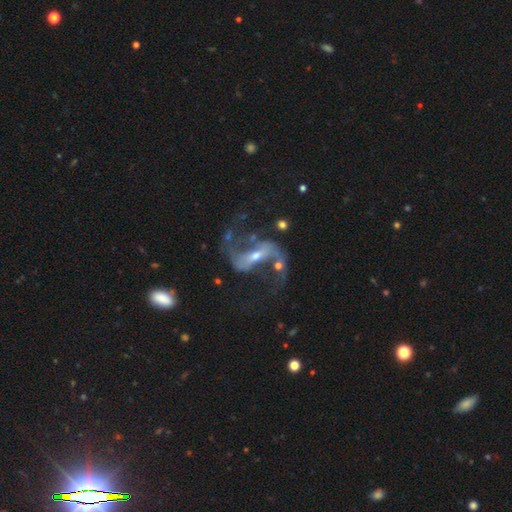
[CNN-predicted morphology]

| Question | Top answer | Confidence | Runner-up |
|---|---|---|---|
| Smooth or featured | featured or disk | 85% | star or artifact (10%) |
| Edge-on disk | no | 95% | yes (5%) |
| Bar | strong | 50% | weak (34%) |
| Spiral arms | yes | 93% | no (7%) |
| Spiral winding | loose | 68% | medium (25%) |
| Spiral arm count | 2 | 89% | can't tell (4%) |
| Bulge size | small | 61% | moderate (29%) |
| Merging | none | 56% | major disturbance (22%) |